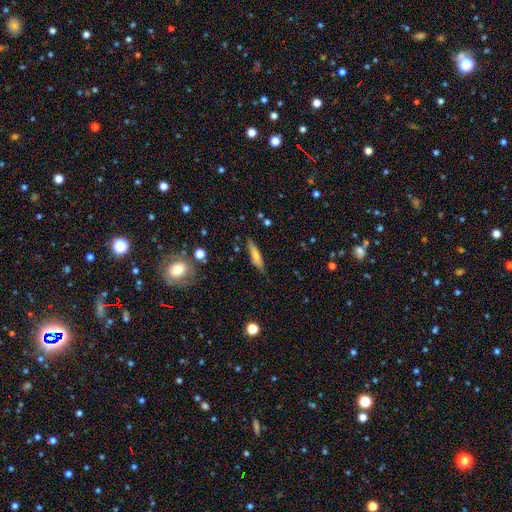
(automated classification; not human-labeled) Smooth or featured?
  - smooth: 61% *
  - featured or disk: 31%
  - star or artifact: 7%
How rounded?
  - cigar-shaped: 76% *
  - in between: 22%
  - round: 2%
Merging?
  - none: 77% *
  - minor disturbance: 17%
  - major disturbance: 3%
  - merger: 2%